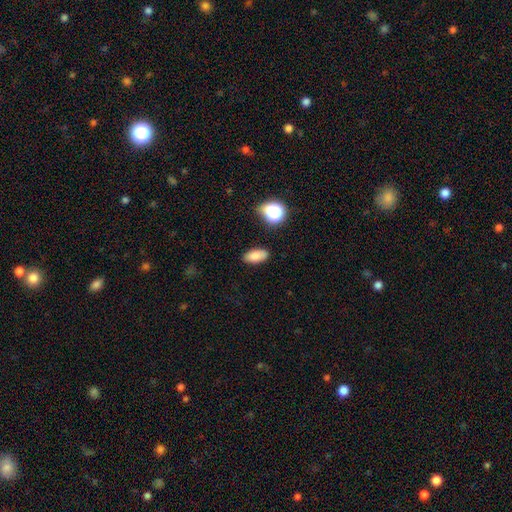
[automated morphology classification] Overall: smooth (82%). How rounded: in between (89%). Merging: none (85%).